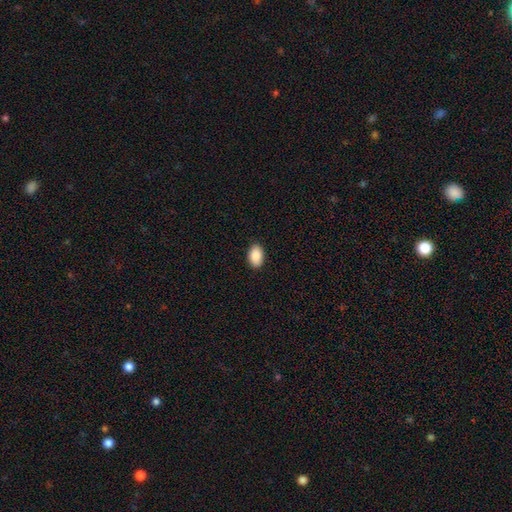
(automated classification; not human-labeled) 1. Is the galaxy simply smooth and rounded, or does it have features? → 89% smooth, 7% star or artifact, 4% featured or disk.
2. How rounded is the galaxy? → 91% in between, 8% round, 1% cigar-shaped.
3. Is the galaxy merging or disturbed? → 88% none, 9% minor disturbance, 2% major disturbance, 1% merger.